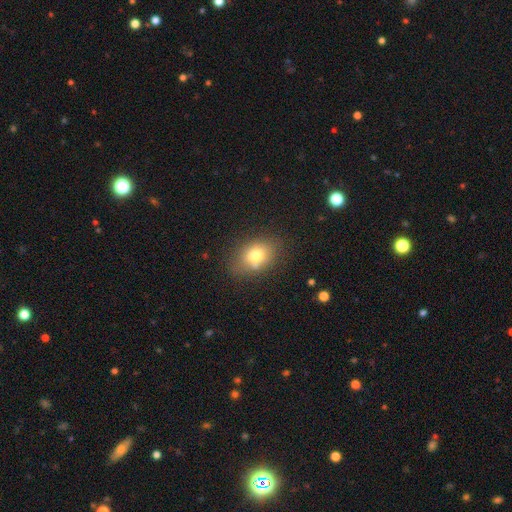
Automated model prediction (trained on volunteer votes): smooth-or-featured: smooth: 74% | featured or disk: 14% | star or artifact: 12%
  how-rounded: in between: 70% | round: 29% | cigar-shaped: 1%
  merging: none: 71% | minor disturbance: 15% | merger: 9% | major disturbance: 5%